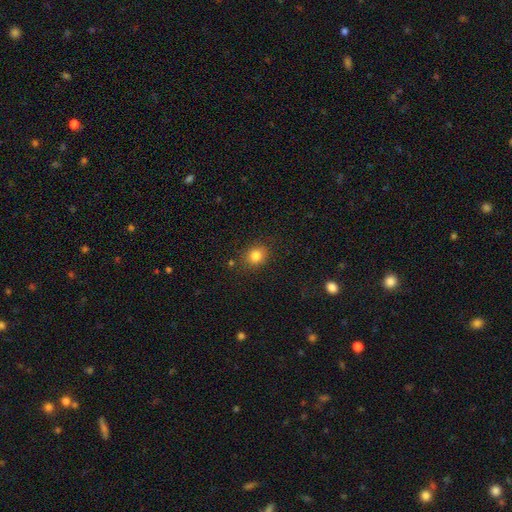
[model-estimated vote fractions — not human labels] Overall: smooth (83%). How rounded: round (69%; in between 30%). Merging: none (84%).